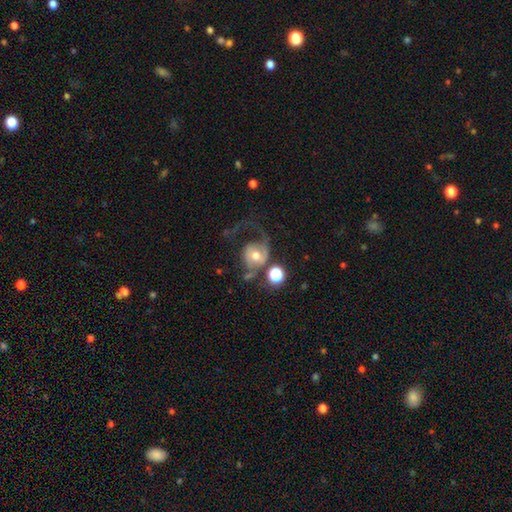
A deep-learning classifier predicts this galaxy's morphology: The model was most divided on "merging": major disturbance: 44%, none: 27%, minor disturbance: 15%, merger: 14%. More confident: edge-on disk — no (97%); spiral arms — yes (77%); bulge size — moderate (69%); bar — no (66%); smooth or featured — featured or disk (61%).